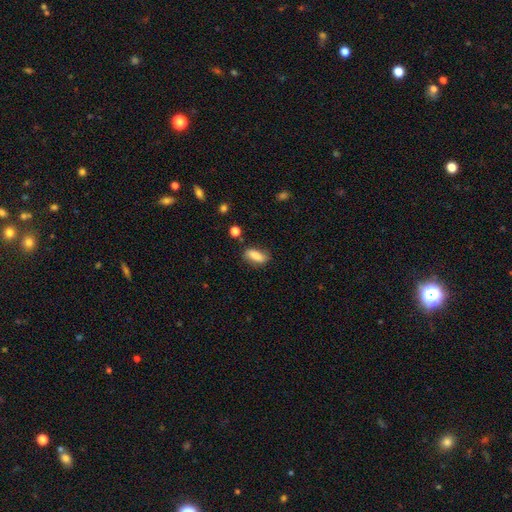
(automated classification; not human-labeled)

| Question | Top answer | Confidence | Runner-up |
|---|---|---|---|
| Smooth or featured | smooth | 83% | featured or disk (10%) |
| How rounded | in between | 76% | cigar-shaped (21%) |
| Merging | none | 74% | minor disturbance (19%) |